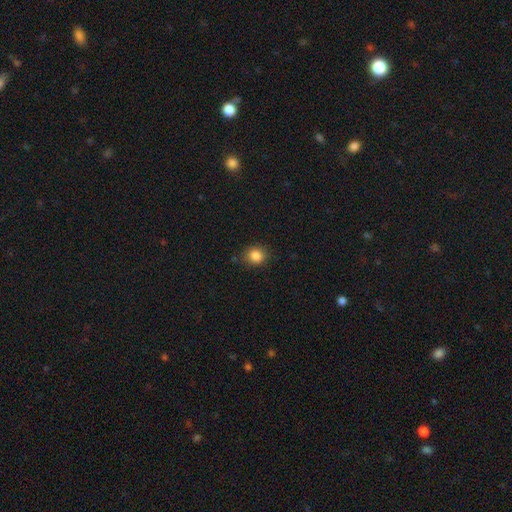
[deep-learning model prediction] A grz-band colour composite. It shows a smooth galaxy with no disk features (85%) that is round (74%). Merging: none (82%).